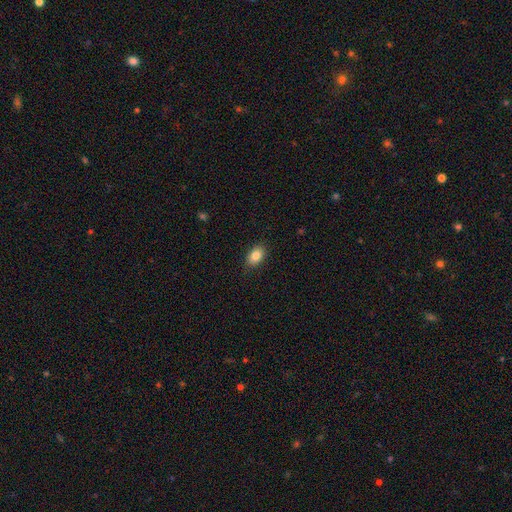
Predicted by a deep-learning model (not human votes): This appears to be a smooth galaxy with no disk features (84%) that is in between round and cigar-shaped (87%). Merging: none (87%).